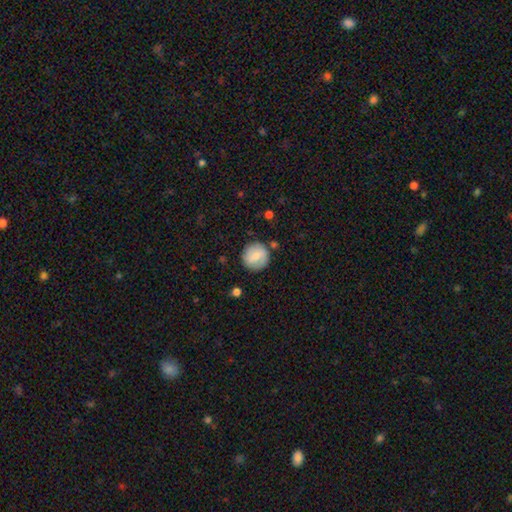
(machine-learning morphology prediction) Overall: smooth (66%; featured or disk 27%). How rounded: round (92%). Merging: none (82%).